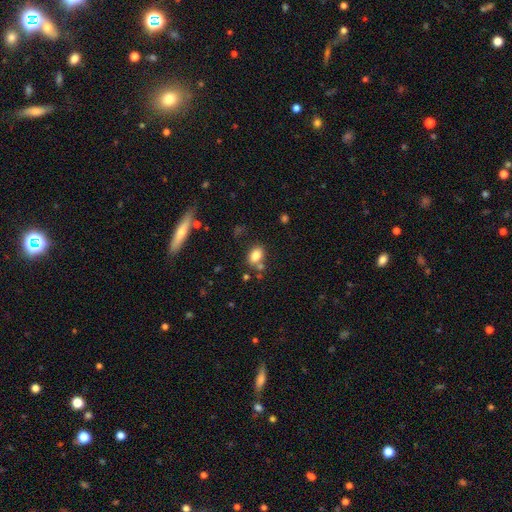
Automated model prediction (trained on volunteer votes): Morphology: type=smooth (82%); roundness=in between (76%); merging=none (67%).